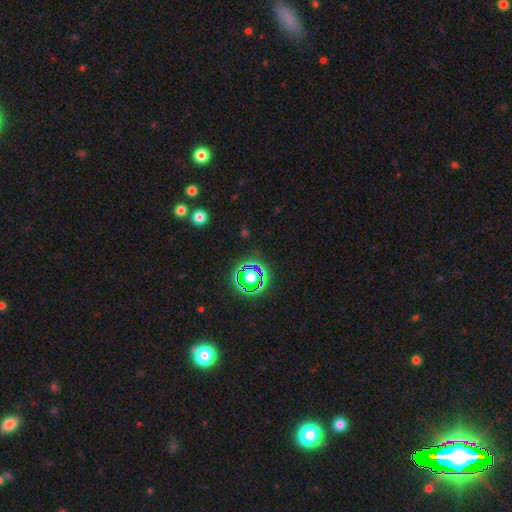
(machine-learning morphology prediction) The model was most divided on "smooth or featured": star or artifact: 76%, smooth: 16%, featured or disk: 9%.